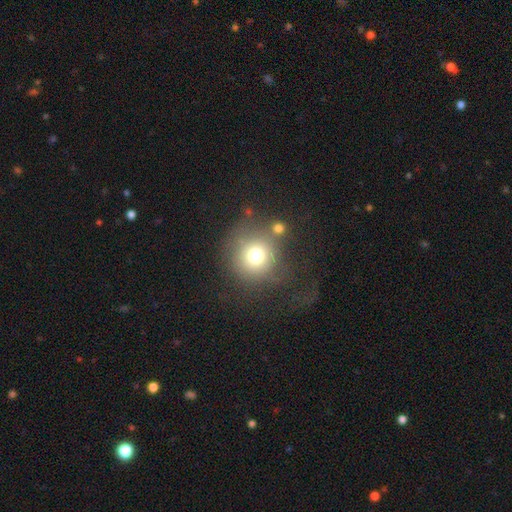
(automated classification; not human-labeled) A smooth galaxy with no disk features (72%) that is round (92%). Merging: none (63%).